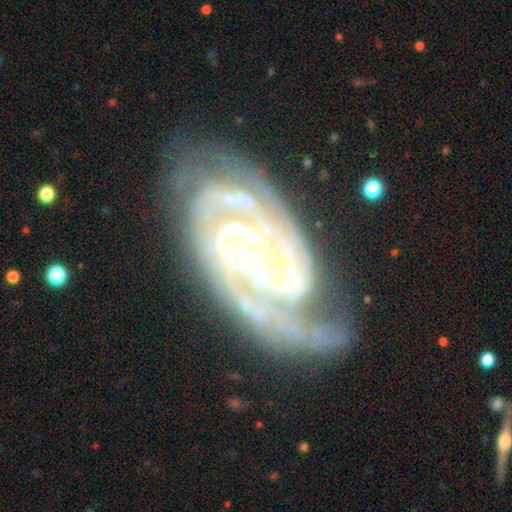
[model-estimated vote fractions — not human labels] featured or disk 92%, star or artifact 5%, smooth 3%. Down the decision tree: edge-on disk — no (96%); bar — no (40%); spiral arms — yes (98%); spiral arm count — 2 (35%); spiral winding — tight (69%); bulge size — small (78%); merging — none (70%).